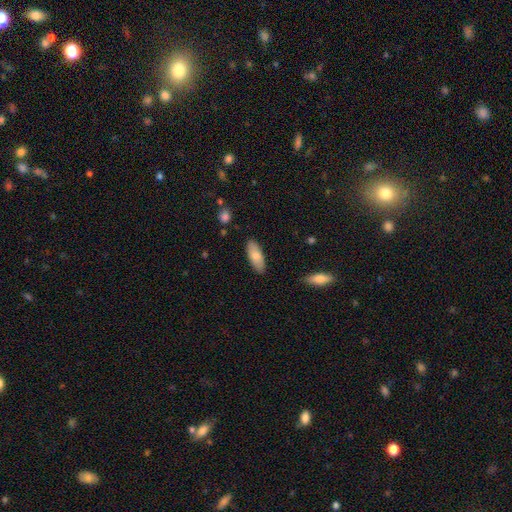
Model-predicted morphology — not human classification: smooth_or_featured: smooth (p=0.79) [alt: featured or disk p=0.15]
how_rounded: in between (p=0.78) [alt: cigar-shaped p=0.20]
merging: none (p=0.87) [alt: minor disturbance p=0.10]